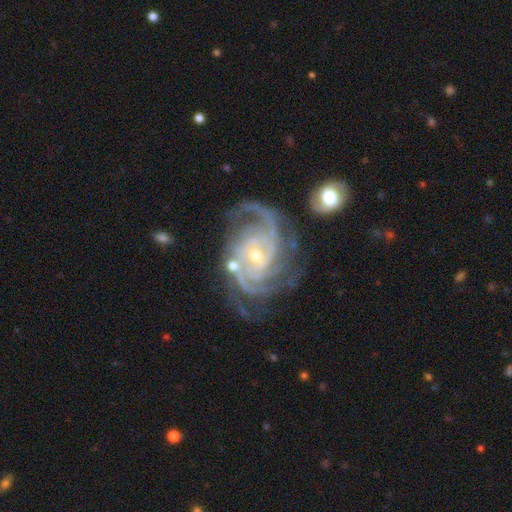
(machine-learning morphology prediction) Smooth or featured? Predicted: featured or disk (p=0.93). Edge-on disk? Predicted: no (p=0.98). Bar? Predicted: no (p=0.56). Spiral arms? Predicted: yes (p=0.99). Spiral winding? Predicted: tight (p=0.62). Spiral arm count? Predicted: 3 (p=0.31). Bulge size? Predicted: small (p=0.61). Merging? Predicted: none (p=0.63).